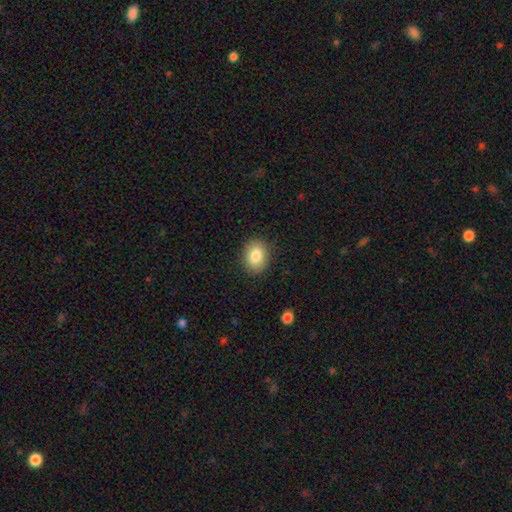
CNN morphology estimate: The model was most divided on "how rounded": in between: 64%, round: 35%, cigar-shaped: 1%. More confident: merging — none (88%); smooth or featured — smooth (84%).